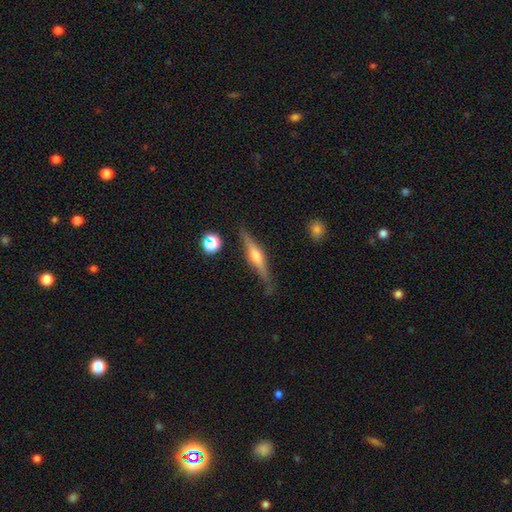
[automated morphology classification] A featured or disk galaxy (75%) viewed edge-on (97%) with a rounded central bulge (87%).

Vote fractions:
- Smooth or featured? featured or disk: 75% / smooth: 19% / star or artifact: 6%
- Edge-on disk? yes: 97% / no: 3%
- Edge-on bulge? rounded: 87% / boxy: 9% / none: 4%
- Merging? none: 85% / minor disturbance: 11% / major disturbance: 2% / merger: 2%